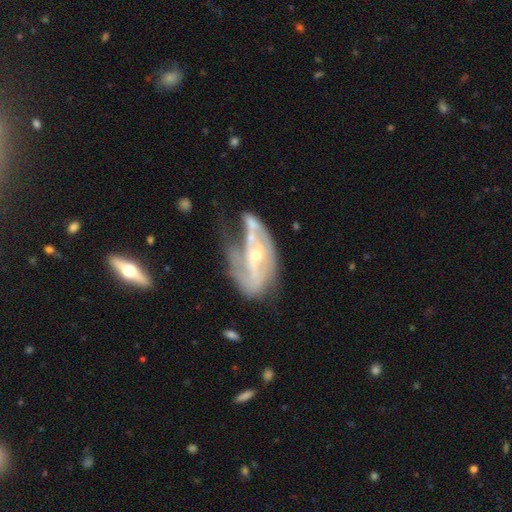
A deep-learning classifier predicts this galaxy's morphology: featured or disk 81%, smooth 13%, star or artifact 7%. Down the decision tree: edge-on disk — no (94%); bar — no (47%); spiral arms — yes (77%); spiral arm count — 2 (49%); spiral winding — medium (38%); bulge size — small (63%); merging — major disturbance (32%).